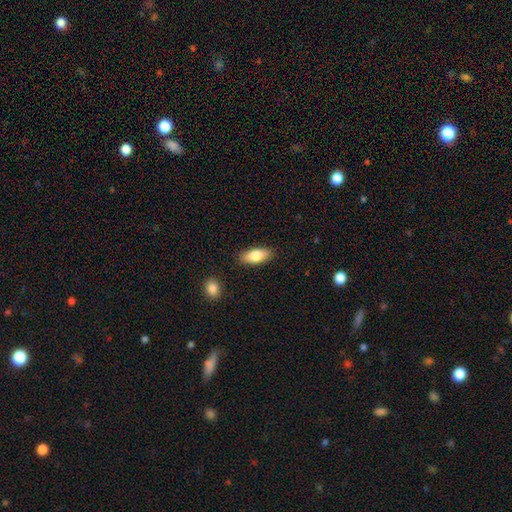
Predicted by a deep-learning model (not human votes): smooth-or-featured: smooth: 79% | featured or disk: 15% | star or artifact: 6%
  how-rounded: in between: 81% | cigar-shaped: 16% | round: 3%
  merging: none: 87% | minor disturbance: 9% | major disturbance: 2% | merger: 2%